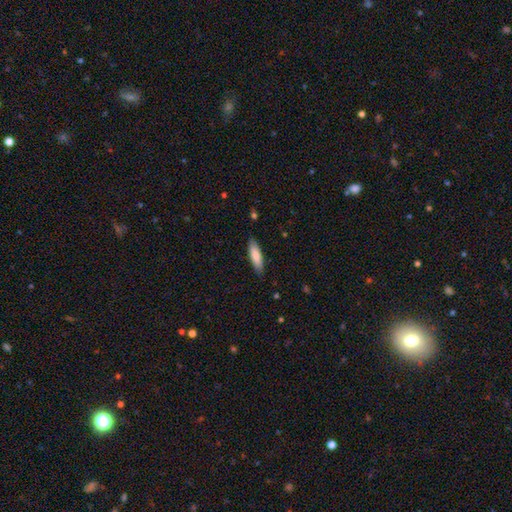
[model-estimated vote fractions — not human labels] Overall: smooth (83%). How rounded: cigar-shaped (61%; in between 37%). Merging: none (87%).